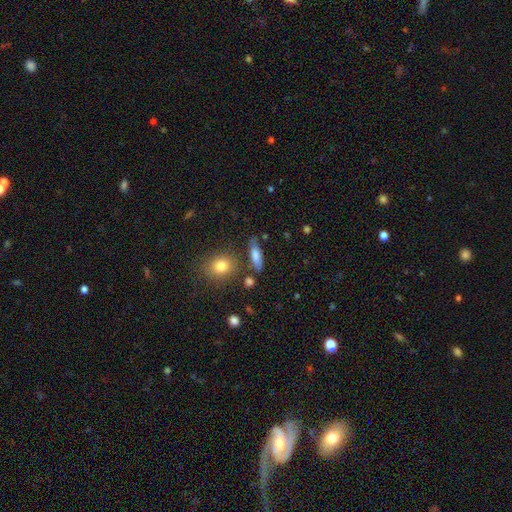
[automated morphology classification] smooth 75%, featured or disk 16%, star or artifact 9%. Down the decision tree: how rounded — in between (53%); merging — none (72%).